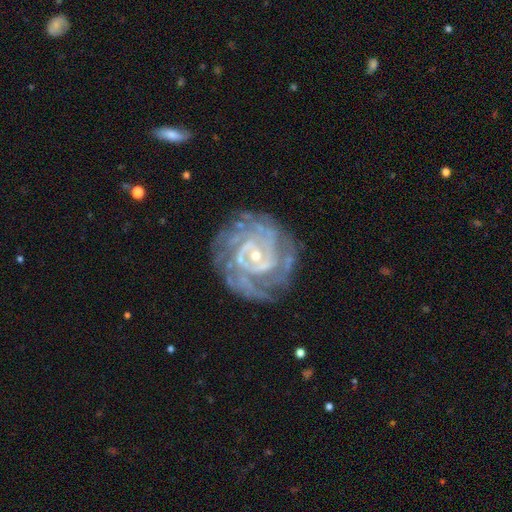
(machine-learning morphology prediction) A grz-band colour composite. It shows a featured or disk galaxy (89%) with no bar (54%), tight (72%) spiral arms (96%) and a small central bulge (68%). Merging: none (74%).